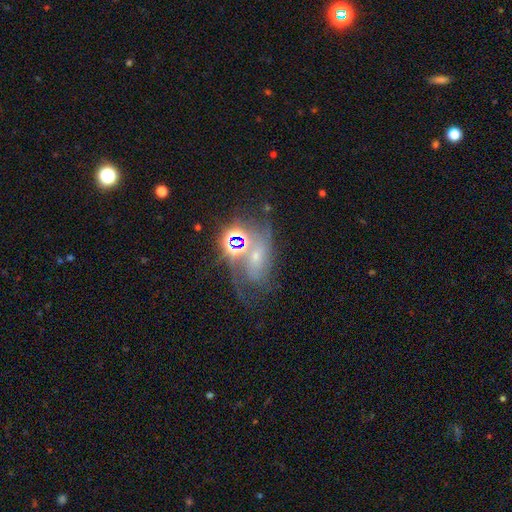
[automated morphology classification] A featured or disk galaxy (45%).

Vote fractions:
- Smooth or featured? featured or disk: 45% / star or artifact: 34% / smooth: 21%
- Merging? none: 42% / major disturbance: 23% / minor disturbance: 20% / merger: 15%